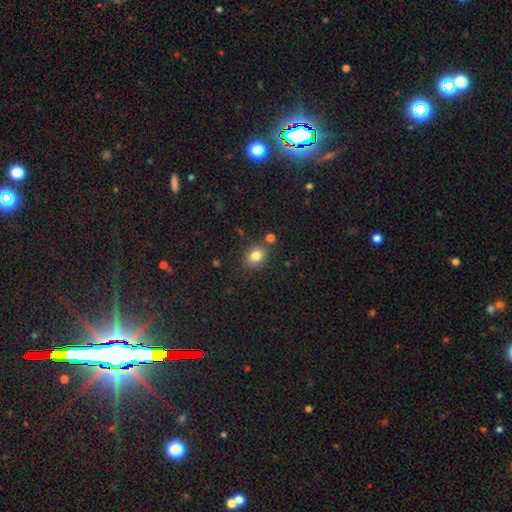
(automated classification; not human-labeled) A smooth galaxy with no disk features (82%) that is round (50%). Merging: none (80%).